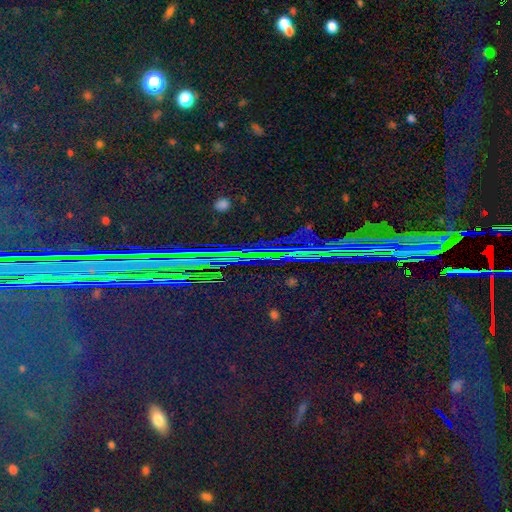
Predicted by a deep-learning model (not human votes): Smooth or featured?
  - star or artifact: 81% *
  - smooth: 10%
  - featured or disk: 9%